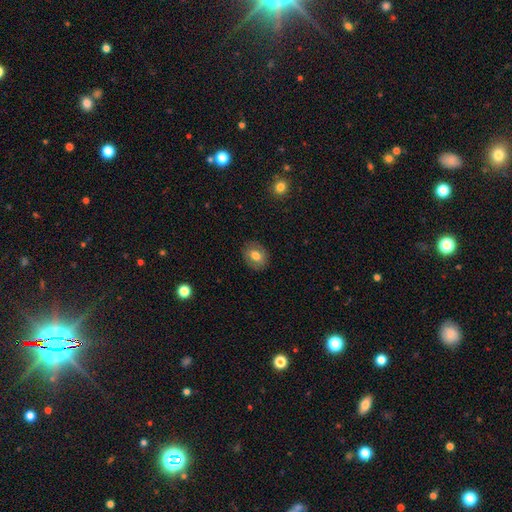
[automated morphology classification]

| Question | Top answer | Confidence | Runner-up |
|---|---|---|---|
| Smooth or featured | smooth | 69% | featured or disk (23%) |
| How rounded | round | 50% | in between (49%) |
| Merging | none | 85% | minor disturbance (11%) |